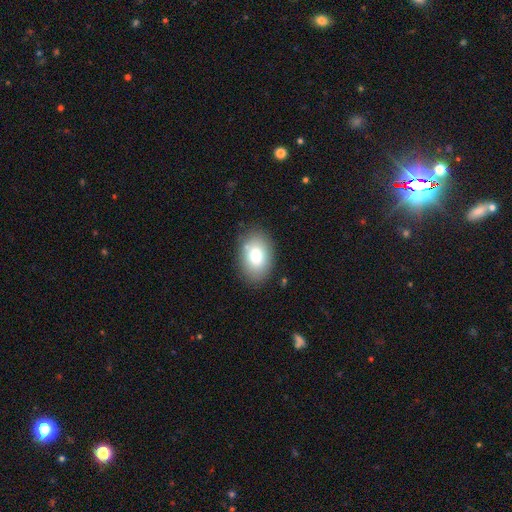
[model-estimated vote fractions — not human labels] Smooth or featured: smooth — 78% (featured or disk — 13%)
How rounded: in between — 86% (round — 13%)
Merging: none — 83% (minor disturbance — 11%)